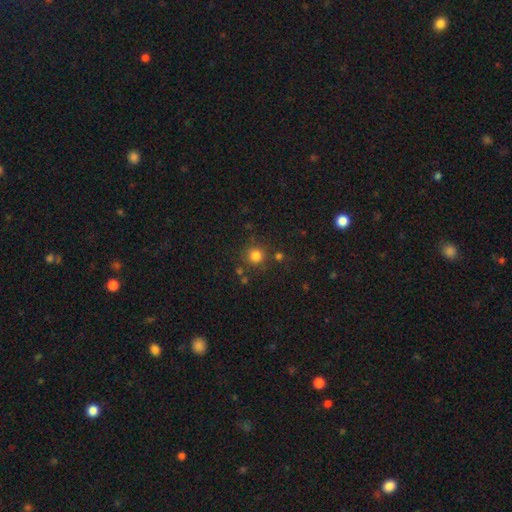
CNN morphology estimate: This is clearly a smooth galaxy (80%). How rounded: clearly round (93%). Merging: likely none (79%).